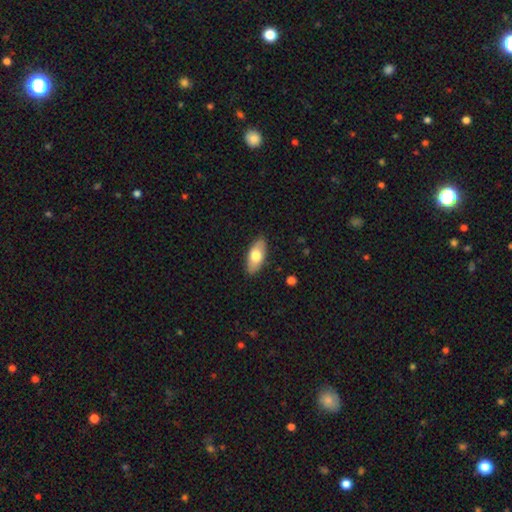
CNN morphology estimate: Overall: smooth (70%). How rounded: in between (89%). Merging: none (87%).